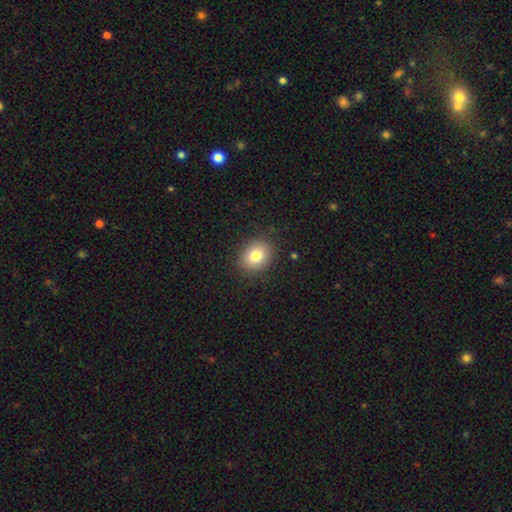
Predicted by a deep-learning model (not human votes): A smooth galaxy with no disk features (81%) that is round (54%).

Vote fractions:
- Smooth or featured? smooth: 81% / star or artifact: 10% / featured or disk: 9%
- How rounded? round: 54% / in between: 45% / cigar-shaped: 1%
- Merging? none: 87% / minor disturbance: 9% / major disturbance: 3% / merger: 1%